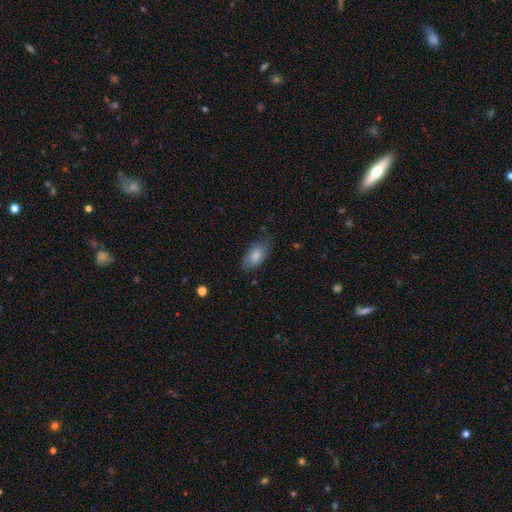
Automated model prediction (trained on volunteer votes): smooth_or_featured: smooth (p=0.79) [alt: featured or disk p=0.14]
how_rounded: in between (p=0.92) [alt: cigar-shaped p=0.05]
merging: none (p=0.70) [alt: minor disturbance p=0.23]